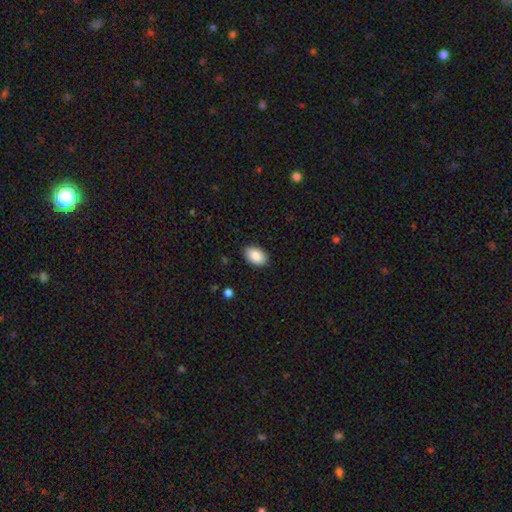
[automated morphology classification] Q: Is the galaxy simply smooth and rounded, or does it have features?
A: smooth — 88%.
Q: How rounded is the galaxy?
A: in between — 91%.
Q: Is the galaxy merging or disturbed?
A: none — 89%.